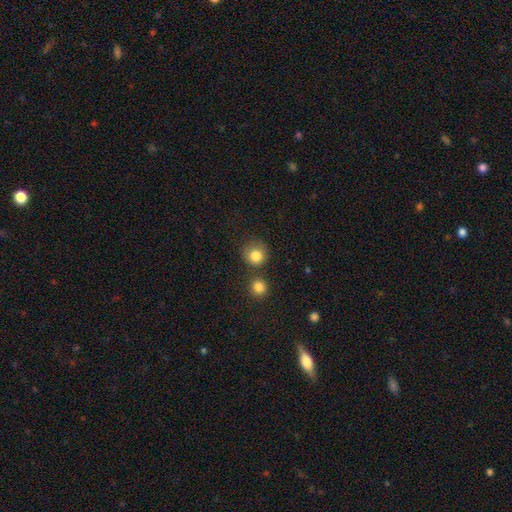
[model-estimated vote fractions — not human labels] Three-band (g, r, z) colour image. It shows a smooth galaxy with no disk features (83%) that is round (90%). Merging: none (72%).